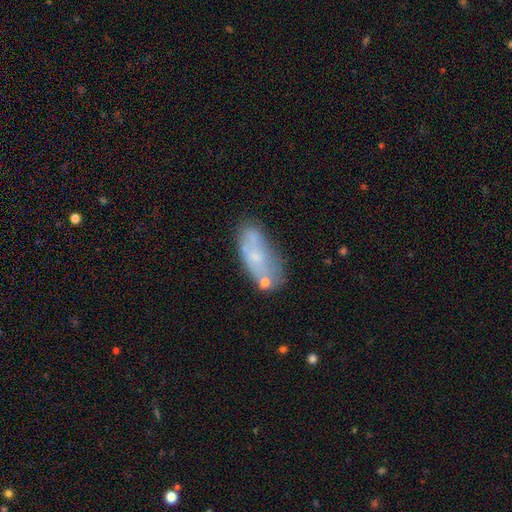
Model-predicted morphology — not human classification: Smooth or featured? Predicted: smooth (p=0.54). How rounded? Predicted: in between (p=0.81). Merging? Predicted: none (p=0.50).